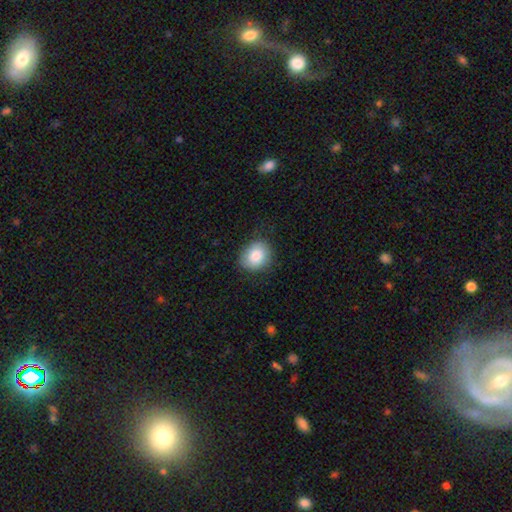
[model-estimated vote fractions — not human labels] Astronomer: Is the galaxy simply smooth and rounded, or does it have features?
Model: smooth — 81%.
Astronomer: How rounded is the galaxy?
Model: round — 65%.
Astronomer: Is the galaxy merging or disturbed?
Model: none — 78%.